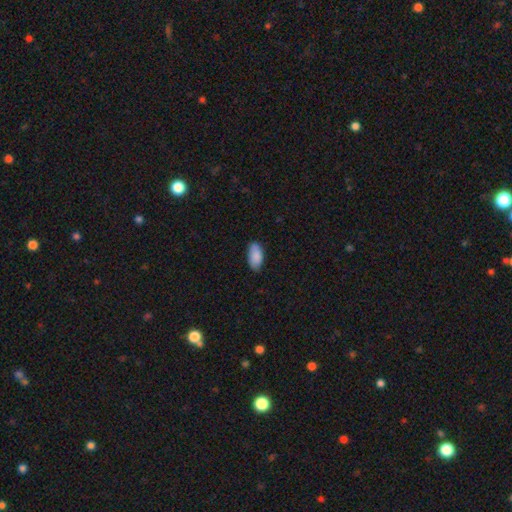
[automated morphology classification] This is clearly a smooth galaxy (88%). How rounded: clearly in between (94%). Merging: likely none (79%).